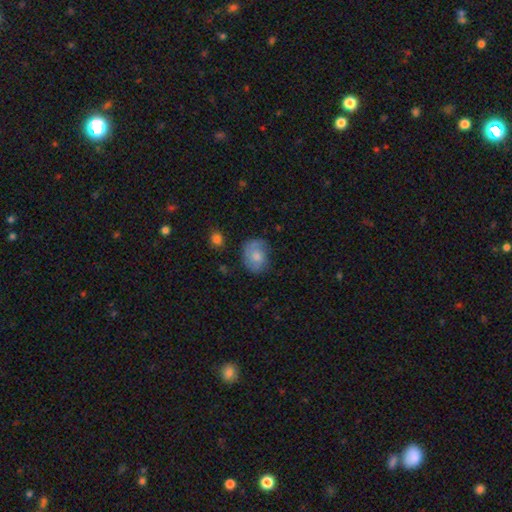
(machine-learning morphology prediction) Smooth or featured: smooth — 58% (featured or disk — 35%)
How rounded: in between — 53% (round — 46%)
Merging: none — 62% (minor disturbance — 26%)